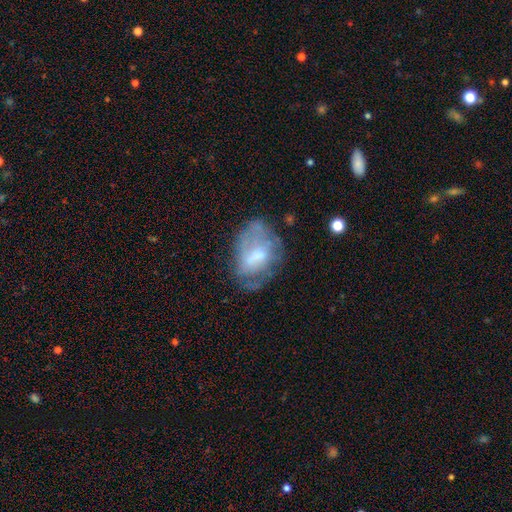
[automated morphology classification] featured or disk 48%, smooth 42%, star or artifact 10%. Down the decision tree: merging — none (45%).